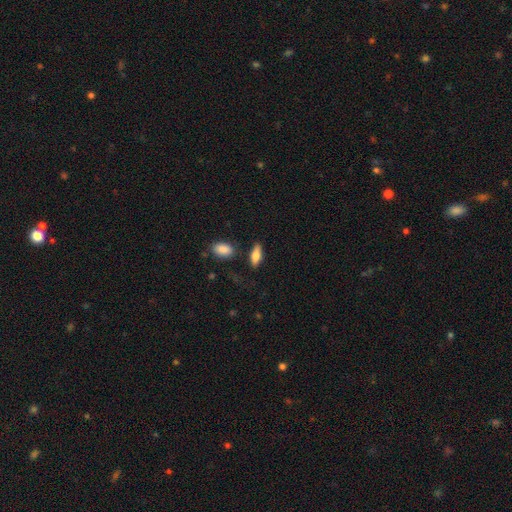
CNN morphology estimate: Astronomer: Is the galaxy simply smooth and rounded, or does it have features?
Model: smooth — 70%.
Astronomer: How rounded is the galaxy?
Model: in between — 71%.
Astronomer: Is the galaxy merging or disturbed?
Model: none — 77%.